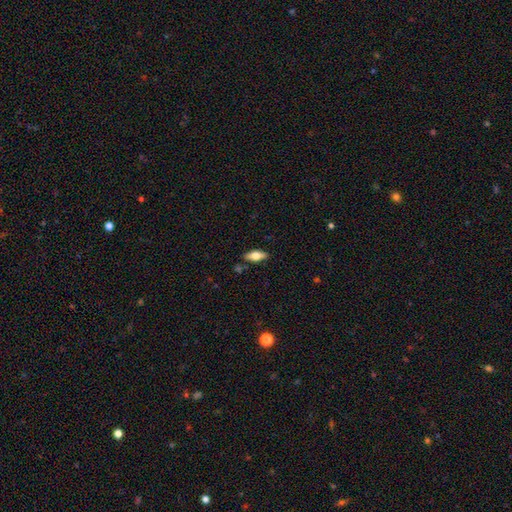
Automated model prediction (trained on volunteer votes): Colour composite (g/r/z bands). It shows a smooth galaxy with no disk features (57%) that is in between round and cigar-shaped (74%). Merging: none (85%).